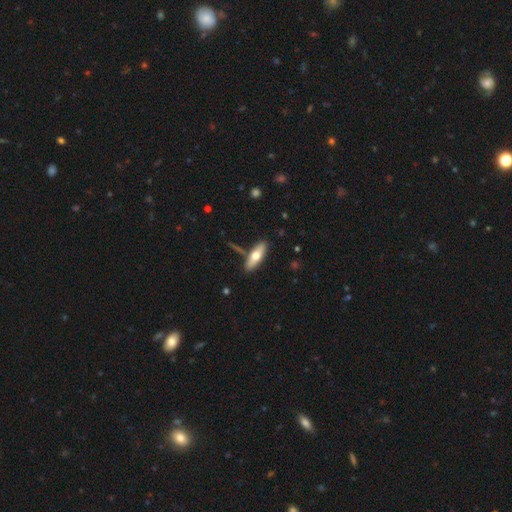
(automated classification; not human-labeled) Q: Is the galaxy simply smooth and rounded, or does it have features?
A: smooth — 60%.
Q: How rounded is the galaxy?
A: in between — 51%.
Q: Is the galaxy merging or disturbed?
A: none — 78%.